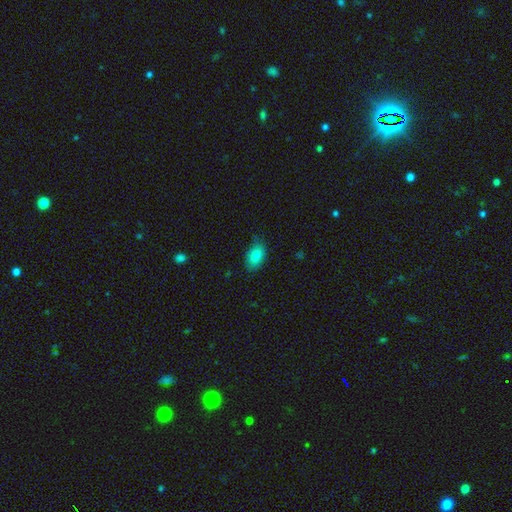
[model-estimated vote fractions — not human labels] Smooth or featured? Predicted: smooth (p=0.83). How rounded? Predicted: in between (p=0.89). Merging? Predicted: none (p=0.79).